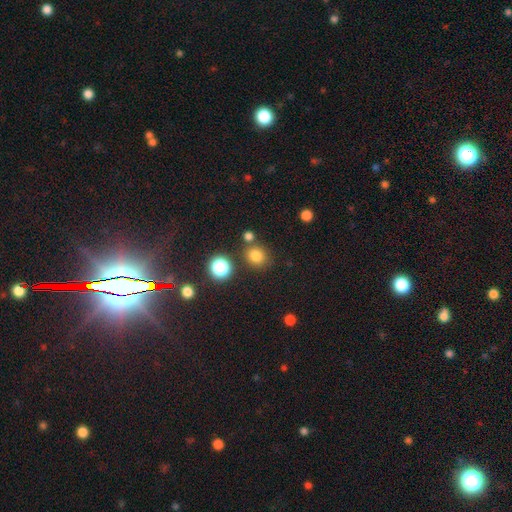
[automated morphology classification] Q: Smooth or featured?
A: smooth (78%); runner-up: star or artifact (16%)
Q: How rounded?
A: round (78%); runner-up: in between (21%)
Q: Merging?
A: none (77%); runner-up: minor disturbance (10%)